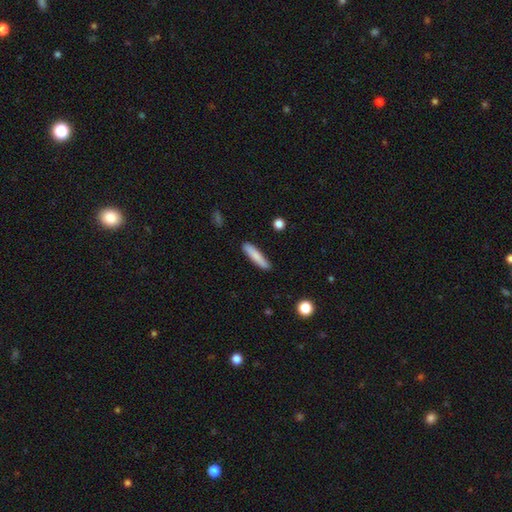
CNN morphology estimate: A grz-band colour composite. It shows a smooth galaxy with no disk features (81%) that is cigar-shaped (86%). Merging: none (87%).